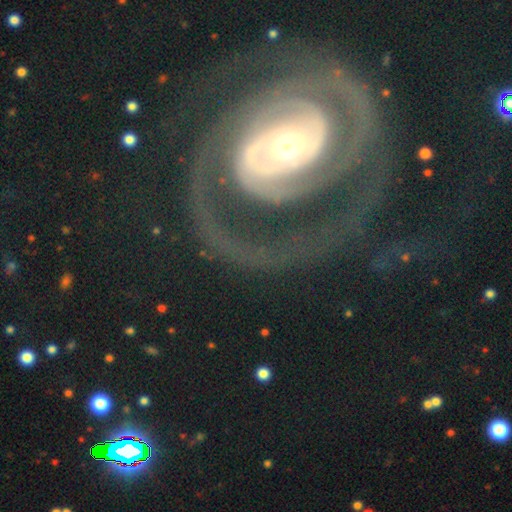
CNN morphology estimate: smooth-or-featured: featured or disk: 85% | star or artifact: 8% | smooth: 7%
  disk-edge-on: no: 97% | yes: 3%
    bar: no: 55% | weak: 26% | strong: 20%
    has-spiral-arms: yes: 93% | no: 7%
      spiral-winding: tight: 59% | medium: 31% | loose: 10%
      spiral-arm-count: 2: 63% | can't tell: 13% | 3: 8% | 1: 8% | 4: 5% | more than 4: 4%
    bulge-size: moderate: 46% | small: 45% | large: 6% | dominant: 2% | none: 1%
  merging: none: 63% | major disturbance: 20% | minor disturbance: 15% | merger: 2%